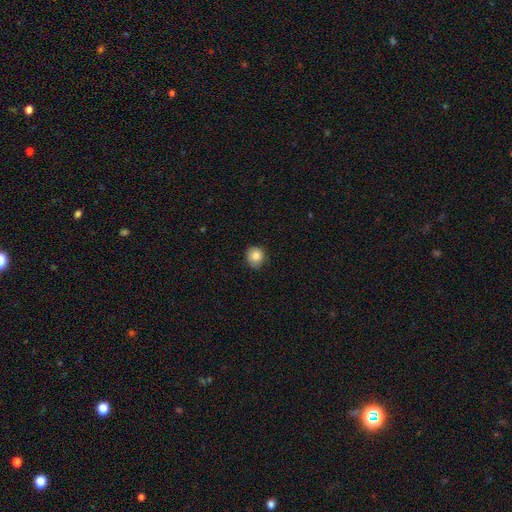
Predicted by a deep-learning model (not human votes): The model was most divided on "merging": none: 80%, minor disturbance: 17%, major disturbance: 3%, merger: 1%. More confident: how rounded — round (85%); smooth or featured — smooth (84%).